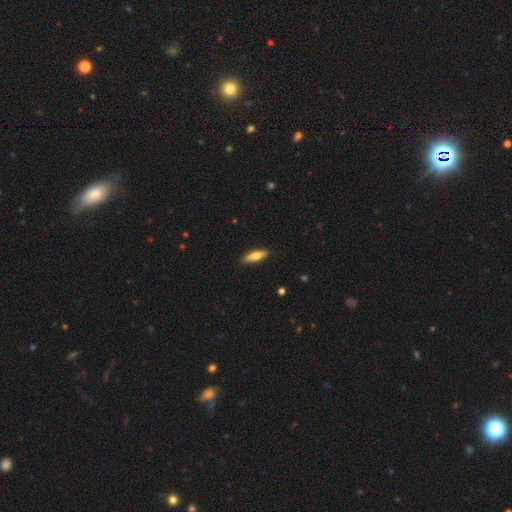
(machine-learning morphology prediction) A smooth galaxy with no disk features (76%) that is cigar-shaped (50%). Merging: none (89%).